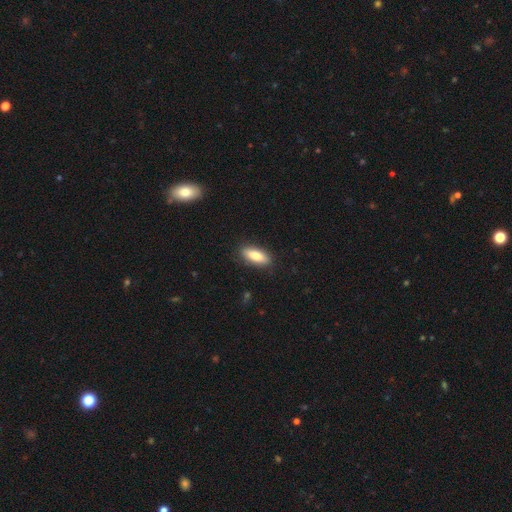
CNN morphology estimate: Smooth or featured? Predicted: smooth (p=0.82). How rounded? Predicted: in between (p=0.75). Merging? Predicted: none (p=0.87).